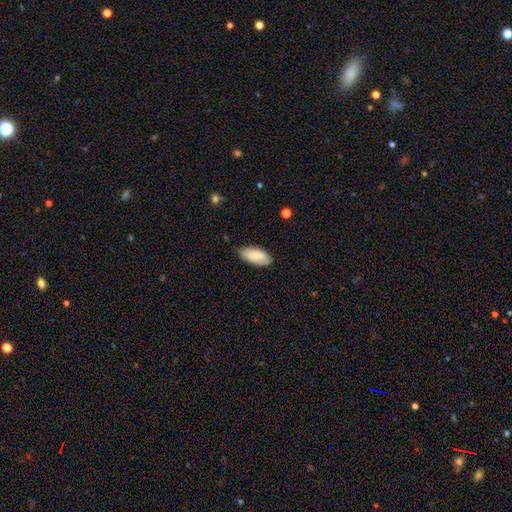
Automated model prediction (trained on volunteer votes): This is clearly a smooth galaxy (80%). How rounded: clearly in between (91%). Merging: likely none (77%).